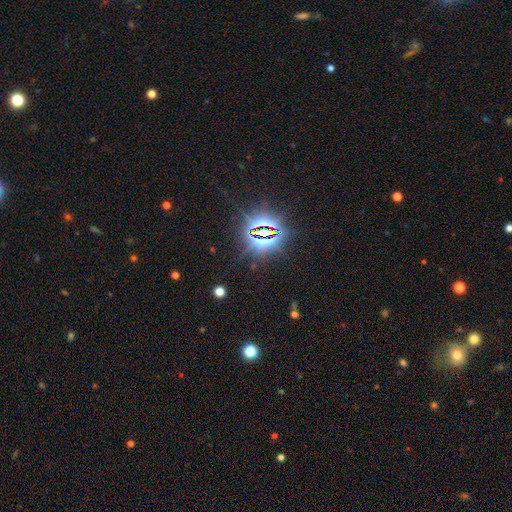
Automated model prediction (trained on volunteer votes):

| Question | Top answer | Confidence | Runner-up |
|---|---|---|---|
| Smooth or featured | star or artifact | 84% | smooth (9%) |